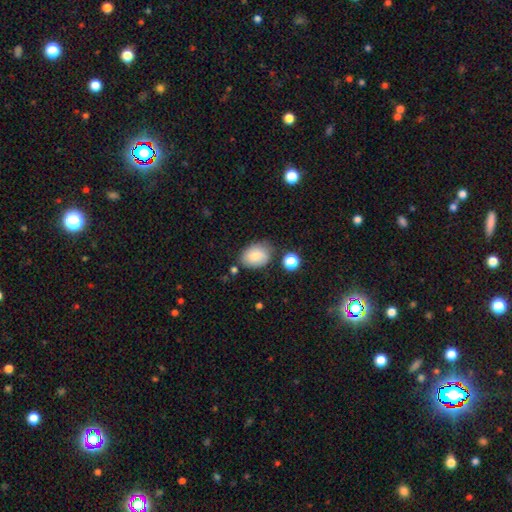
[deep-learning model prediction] Q: Smooth or featured?
A: smooth (80%); runner-up: featured or disk (11%)
Q: How rounded?
A: in between (74%); runner-up: round (25%)
Q: Merging?
A: none (65%); runner-up: minor disturbance (23%)